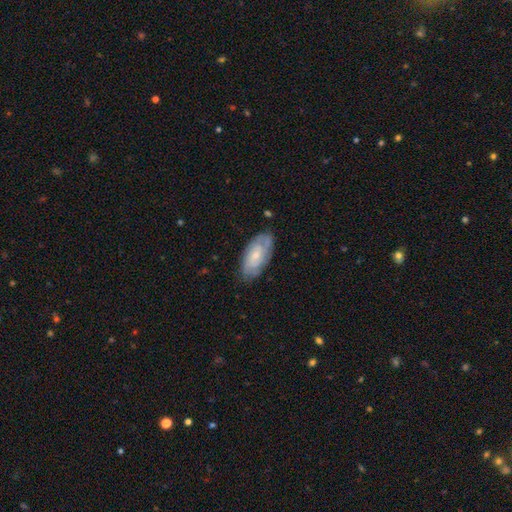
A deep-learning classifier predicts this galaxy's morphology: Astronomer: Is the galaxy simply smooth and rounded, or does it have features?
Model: featured or disk — 62%.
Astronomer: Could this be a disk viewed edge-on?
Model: no — 93%.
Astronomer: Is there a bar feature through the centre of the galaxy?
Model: no — 70%.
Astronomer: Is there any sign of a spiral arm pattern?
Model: yes — 86%.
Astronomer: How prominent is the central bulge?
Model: small — 61%.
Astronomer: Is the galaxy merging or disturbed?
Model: none — 75%.